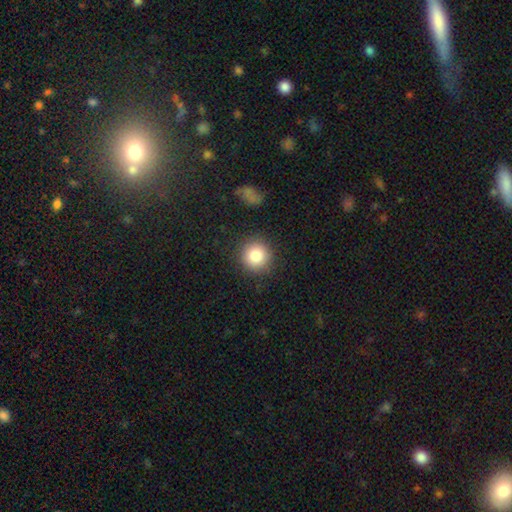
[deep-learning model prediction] Morphology: type=smooth (84%); roundness=round (93%); merging=none (89%).